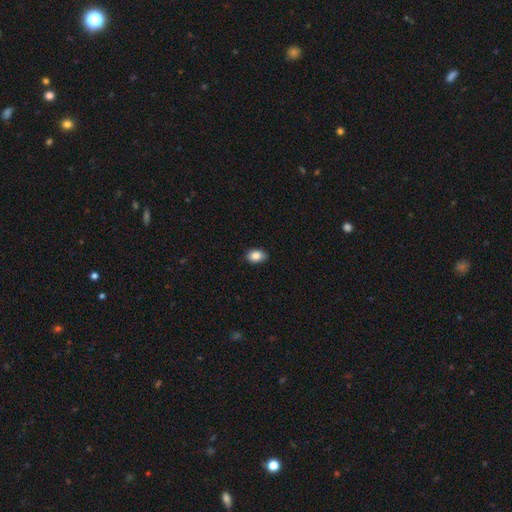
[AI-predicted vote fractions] Smooth or featured: smooth — 85% (star or artifact — 8%)
How rounded: in between — 78% (round — 21%)
Merging: none — 85% (minor disturbance — 12%)